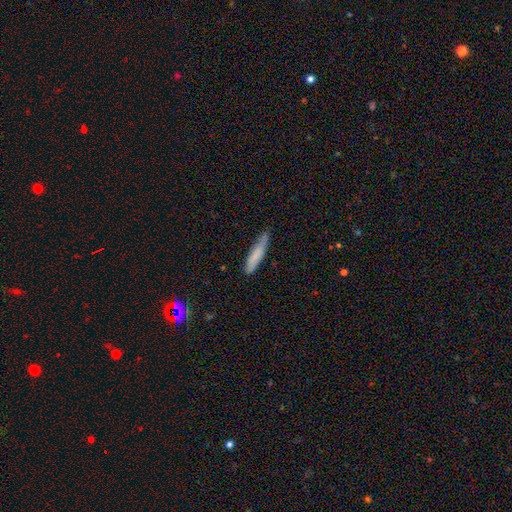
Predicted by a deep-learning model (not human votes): smooth 77%, featured or disk 17%, star or artifact 6%. Down the decision tree: how rounded — cigar-shaped (86%); merging — none (72%).